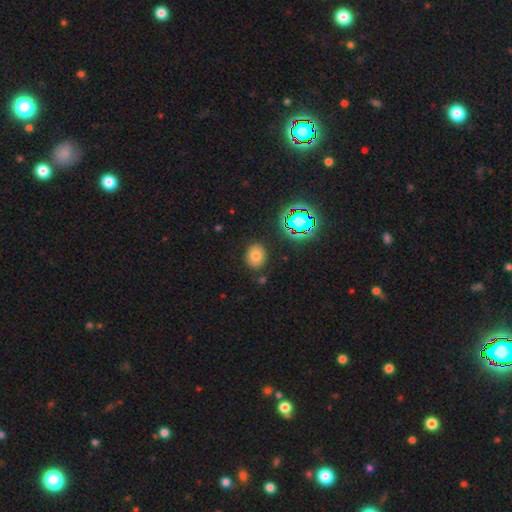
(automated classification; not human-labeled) Smooth or featured? Predicted: smooth (p=0.71). How rounded? Predicted: round (p=0.65). Merging? Predicted: none (p=0.84).